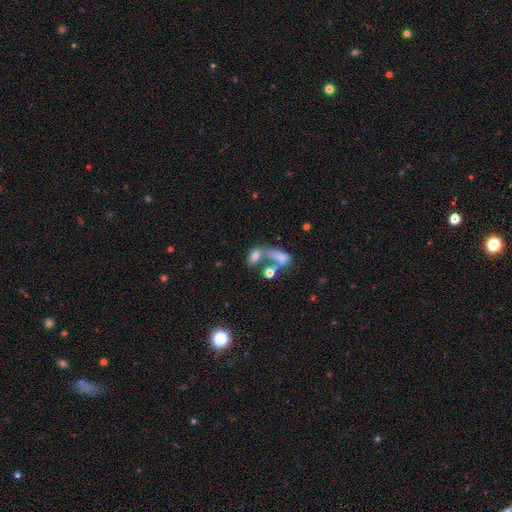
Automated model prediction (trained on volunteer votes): Smooth or featured? Predicted: smooth (p=0.66). How rounded? Predicted: in between (p=0.78). Merging? Predicted: merger (p=0.53).